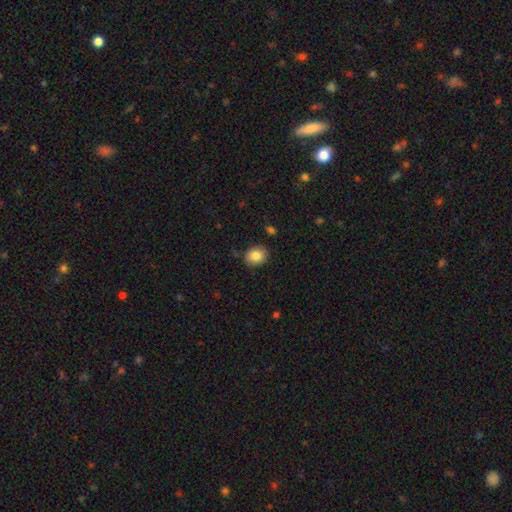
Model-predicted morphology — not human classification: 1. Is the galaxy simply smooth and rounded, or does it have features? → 84% smooth, 8% star or artifact, 8% featured or disk.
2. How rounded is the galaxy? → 65% round, 34% in between, 1% cigar-shaped.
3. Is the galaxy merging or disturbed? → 83% none, 13% minor disturbance, 3% major disturbance, 2% merger.